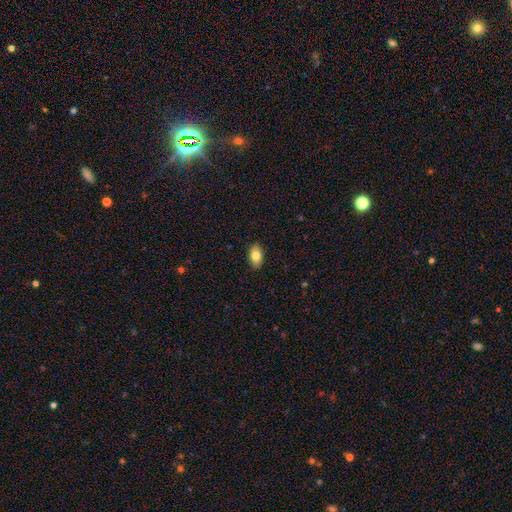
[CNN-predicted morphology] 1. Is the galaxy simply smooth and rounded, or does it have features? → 80% smooth, 13% featured or disk, 7% star or artifact.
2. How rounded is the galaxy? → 90% in between, 6% round, 4% cigar-shaped.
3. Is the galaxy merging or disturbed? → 88% none, 9% minor disturbance, 2% major disturbance, 1% merger.